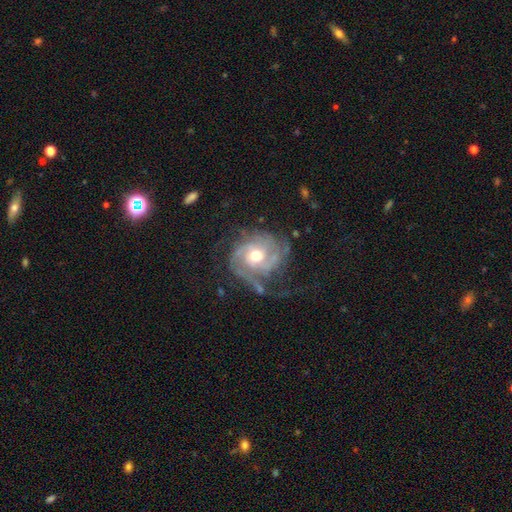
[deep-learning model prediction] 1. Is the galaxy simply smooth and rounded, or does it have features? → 85% featured or disk, 9% smooth, 6% star or artifact.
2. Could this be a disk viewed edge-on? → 97% no, 3% yes.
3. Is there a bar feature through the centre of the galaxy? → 70% no, 24% weak, 6% strong.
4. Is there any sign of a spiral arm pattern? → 93% yes, 7% no.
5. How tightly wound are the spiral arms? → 51% tight, 35% medium, 14% loose.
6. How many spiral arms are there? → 30% 2, 25% can't tell, 24% 3, 8% 4, 7% 1, 5% more than 4.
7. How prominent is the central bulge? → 73% moderate, 17% small, 8% large, 1% dominant, 1% none.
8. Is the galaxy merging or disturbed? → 53% none, 22% major disturbance, 22% minor disturbance, 2% merger.